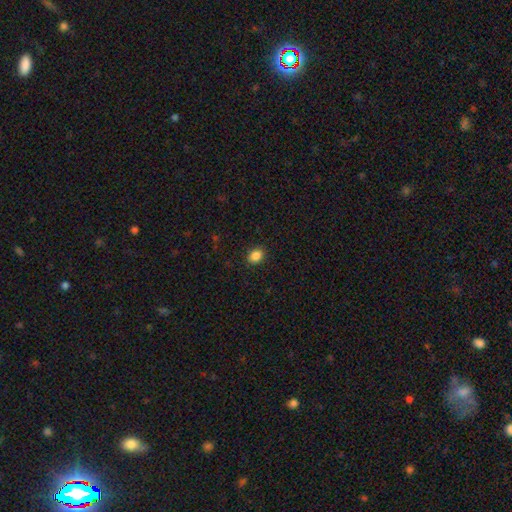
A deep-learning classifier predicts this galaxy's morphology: This appears to be a smooth galaxy with no disk features (87%) that is in between round and cigar-shaped (55%). Merging: none (90%).